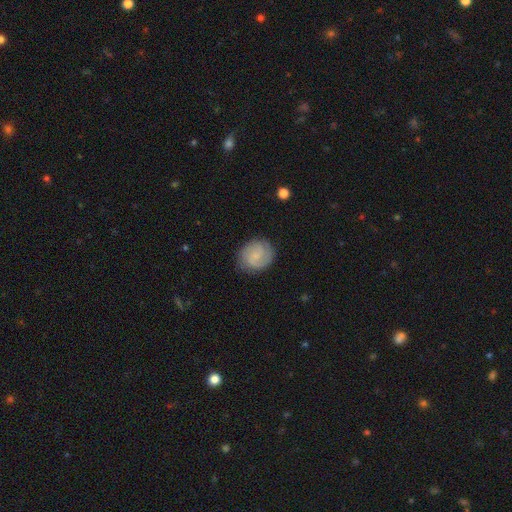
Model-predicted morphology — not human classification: This is likely a featured or disk galaxy (63%). It is clearly not viewed edge-on (98%). Bar: possibly no (59%). Spiral arm pattern: clearly yes (93%). Spiral arm count: likely 2 (70%). Spiral winding: possibly tight (49%). Central bulge: likely small (68%). Merging: clearly none (81%).